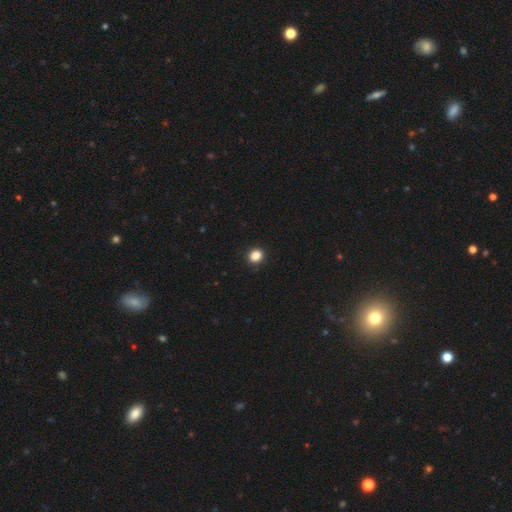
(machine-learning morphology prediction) Smooth or featured? smooth (86%)
How rounded? round (68%)
Merging? none (90%)